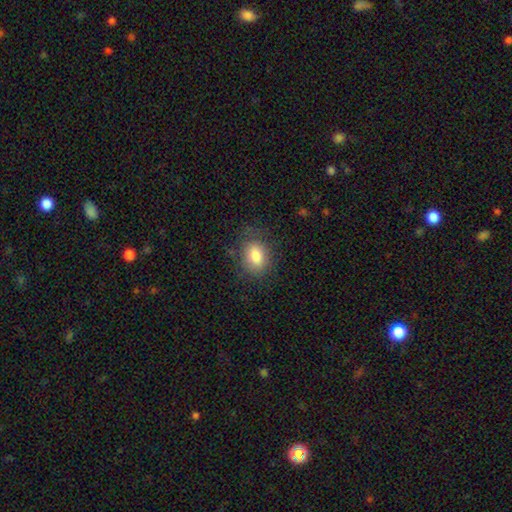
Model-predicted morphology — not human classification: Q: Smooth or featured?
A: smooth (81%); runner-up: featured or disk (10%)
Q: How rounded?
A: in between (67%); runner-up: round (31%)
Q: Merging?
A: none (75%); runner-up: minor disturbance (17%)